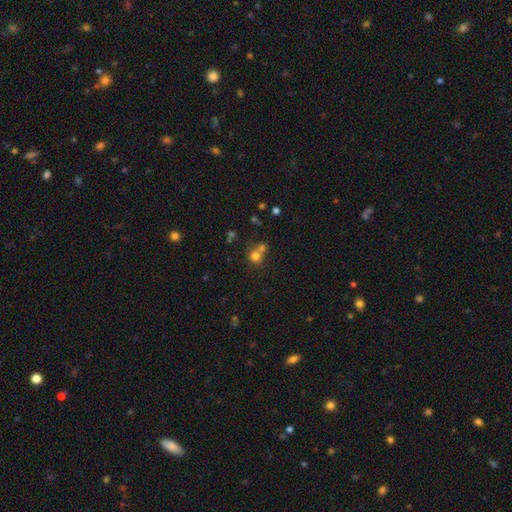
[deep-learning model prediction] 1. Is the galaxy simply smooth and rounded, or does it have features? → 73% smooth, 16% star or artifact, 10% featured or disk.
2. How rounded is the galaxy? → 86% round, 13% in between, 1% cigar-shaped.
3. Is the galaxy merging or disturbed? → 45% none (tied), 45% merger (tied), 7% minor disturbance, 3% major disturbance.